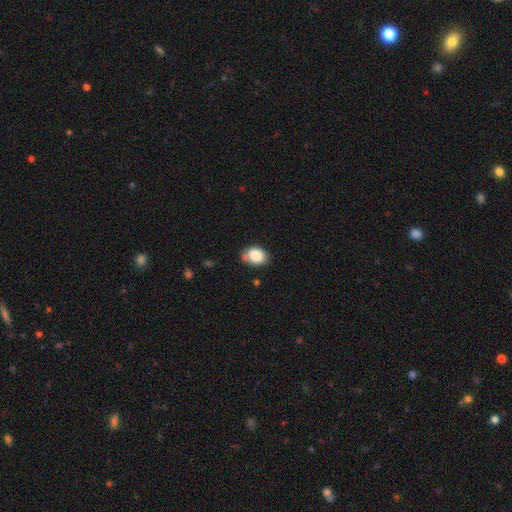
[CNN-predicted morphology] The model was most divided on "merging": none: 67%, minor disturbance: 25%, major disturbance: 4%, merger: 3%. More confident: smooth or featured — smooth (87%); how rounded — in between (77%).